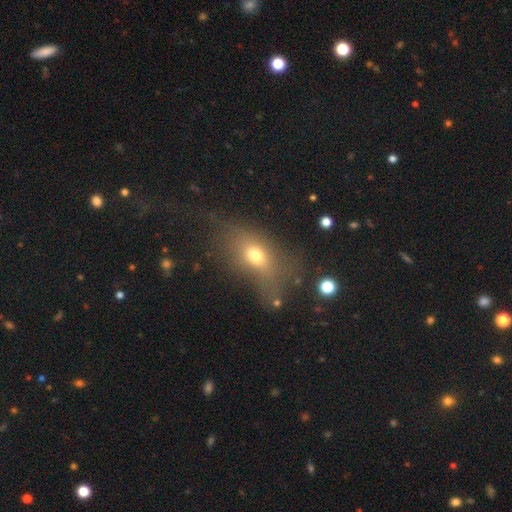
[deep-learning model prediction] smooth 63%, featured or disk 21%, star or artifact 16%. Down the decision tree: how rounded — in between (71%); merging — none (45%).